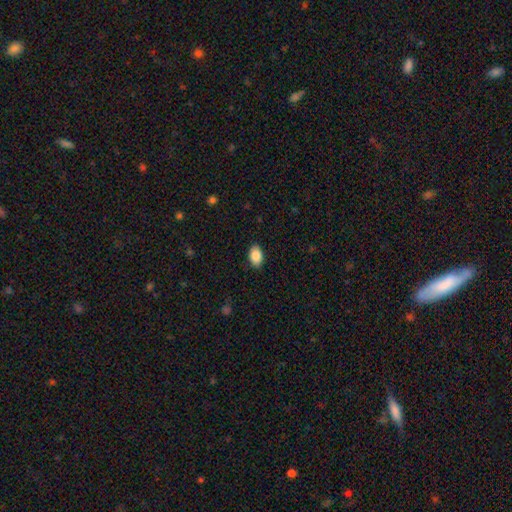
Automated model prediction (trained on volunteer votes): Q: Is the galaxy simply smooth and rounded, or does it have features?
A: smooth — 88%.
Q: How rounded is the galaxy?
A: in between — 90%.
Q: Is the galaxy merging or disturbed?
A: none — 88%.